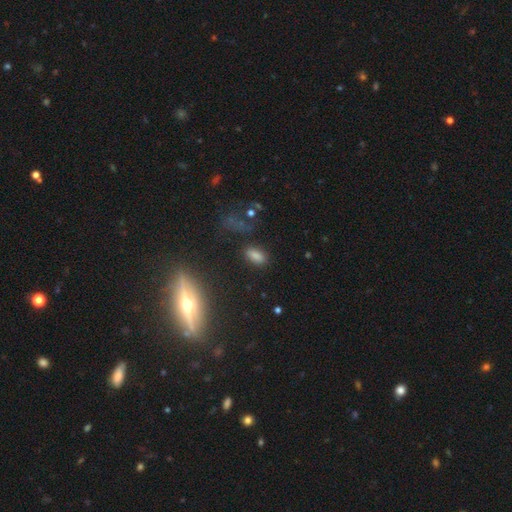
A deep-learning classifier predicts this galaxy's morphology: This appears to be a smooth galaxy with no disk features (76%) that is in between round and cigar-shaped (88%). Merging: none (81%).